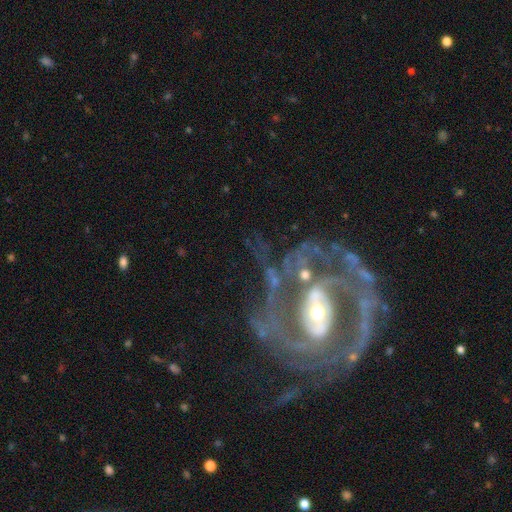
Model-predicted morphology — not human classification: Q: Smooth or featured?
A: featured or disk (90%); runner-up: star or artifact (6%)
Q: Edge-on disk?
A: no (97%); runner-up: yes (3%)
Q: Bar?
A: no (35%); runner-up: weak (34%)
Q: Spiral arms?
A: yes (95%); runner-up: no (5%)
Q: Spiral winding?
A: tight (46%); runner-up: medium (42%)
Q: Spiral arm count?
A: 2 (52%); runner-up: can't tell (15%)
Q: Bulge size?
A: small (50%); runner-up: moderate (42%)
Q: Merging?
A: none (58%); runner-up: major disturbance (20%)